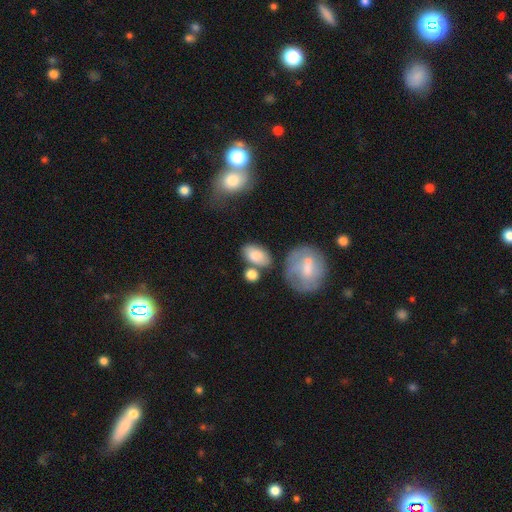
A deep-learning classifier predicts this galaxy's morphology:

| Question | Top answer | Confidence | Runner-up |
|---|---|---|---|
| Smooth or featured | smooth | 80% | featured or disk (13%) |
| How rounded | in between | 87% | round (11%) |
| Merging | none | 59% | minor disturbance (18%) |